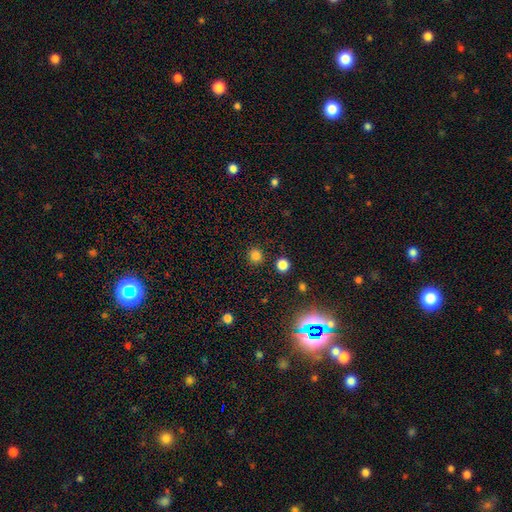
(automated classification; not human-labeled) Smooth or featured: smooth — 81% (star or artifact — 15%)
How rounded: round — 92% (in between — 7%)
Merging: none — 90% (minor disturbance — 5%)